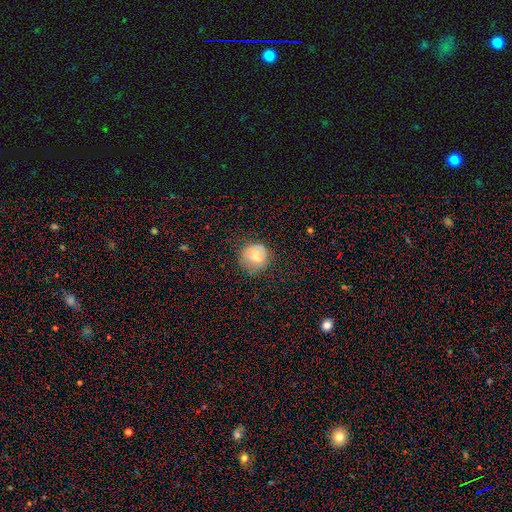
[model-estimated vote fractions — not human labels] A smooth galaxy with no disk features (62%) that is round (89%). Merging: none (75%).